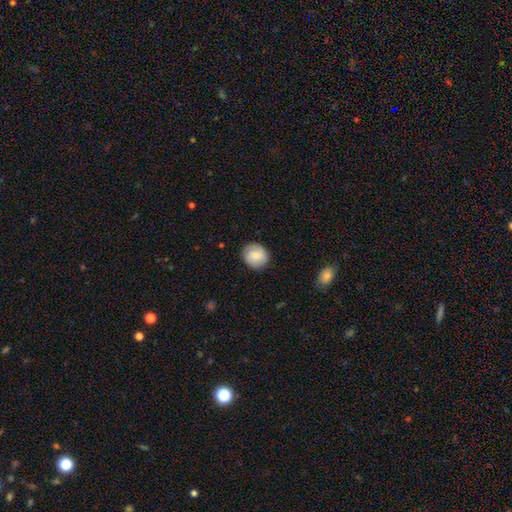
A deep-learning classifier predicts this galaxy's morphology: Smooth or featured? smooth (77%)
How rounded? round (82%)
Merging? none (86%)